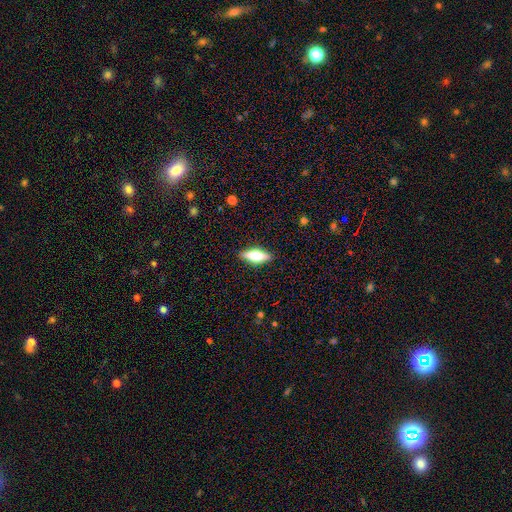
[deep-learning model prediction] smooth-or-featured: featured or disk: 51% | smooth: 42% | star or artifact: 7%
  disk-edge-on: yes: 94% | no: 6%
  merging: none: 89% | minor disturbance: 8% | major disturbance: 2% | merger: 1%